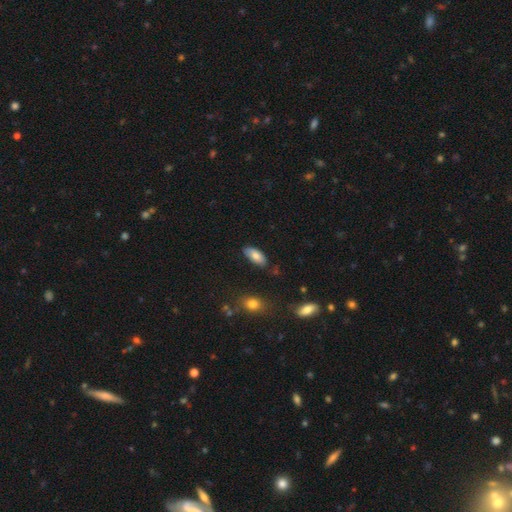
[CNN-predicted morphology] A smooth galaxy with no disk features (79%) that is in between round and cigar-shaped (89%).

Vote fractions:
- Smooth or featured? smooth: 79% / featured or disk: 14% / star or artifact: 7%
- How rounded? in between: 89% / cigar-shaped: 9% / round: 2%
- Merging? none: 79% / minor disturbance: 16% / major disturbance: 3% / merger: 2%